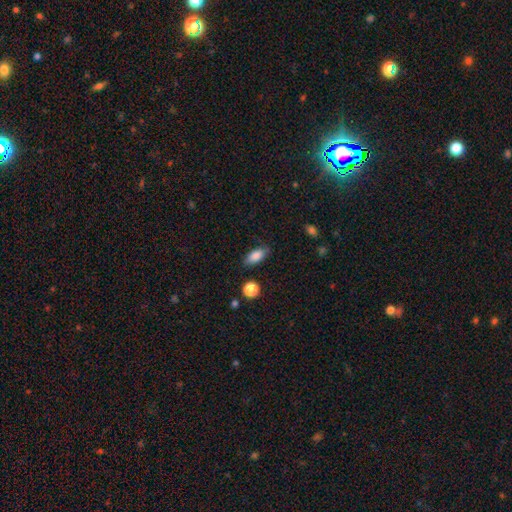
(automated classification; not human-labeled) Smooth or featured? Predicted: smooth (p=0.84). How rounded? Predicted: in between (p=0.85). Merging? Predicted: none (p=0.80).